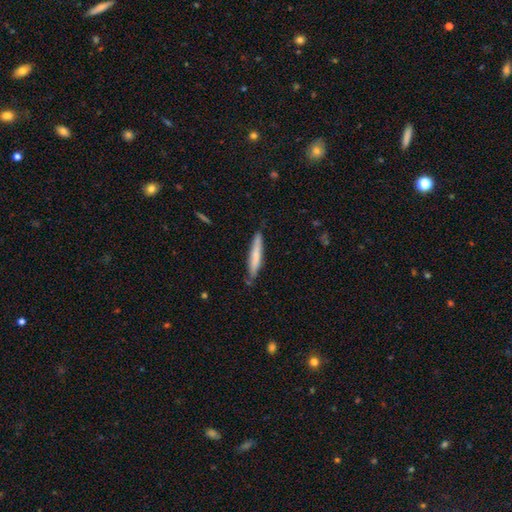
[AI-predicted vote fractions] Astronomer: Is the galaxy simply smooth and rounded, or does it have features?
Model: smooth — 69%.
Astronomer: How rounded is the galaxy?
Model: cigar-shaped — 93%.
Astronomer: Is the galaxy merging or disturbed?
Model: none — 78%.